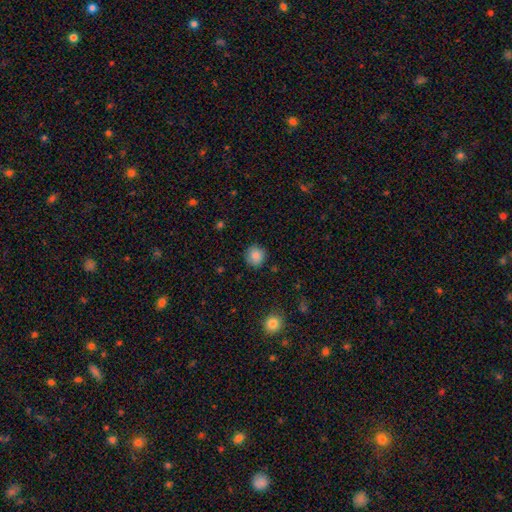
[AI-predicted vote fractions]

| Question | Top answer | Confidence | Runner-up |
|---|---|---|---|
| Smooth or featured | smooth | 86% | star or artifact (9%) |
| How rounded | round | 90% | in between (9%) |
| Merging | none | 87% | minor disturbance (9%) |